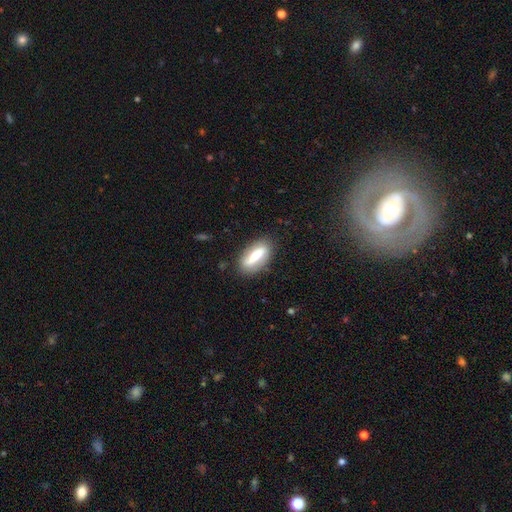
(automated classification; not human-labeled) Smooth or featured: smooth — 61% (featured or disk — 31%)
How rounded: in between — 60% (cigar-shaped — 37%)
Merging: none — 81% (minor disturbance — 13%)